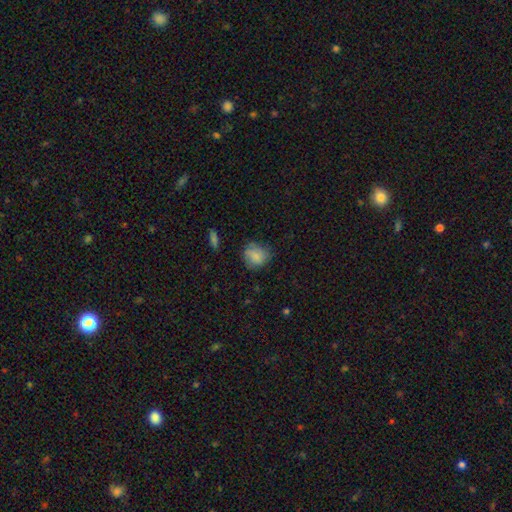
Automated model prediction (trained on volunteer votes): Smooth or featured?
  - smooth: 78% *
  - featured or disk: 13%
  - star or artifact: 9%
How rounded?
  - round: 71% *
  - in between: 28%
  - cigar-shaped: 1%
Merging?
  - none: 62% *
  - minor disturbance: 27%
  - major disturbance: 9%
  - merger: 2%